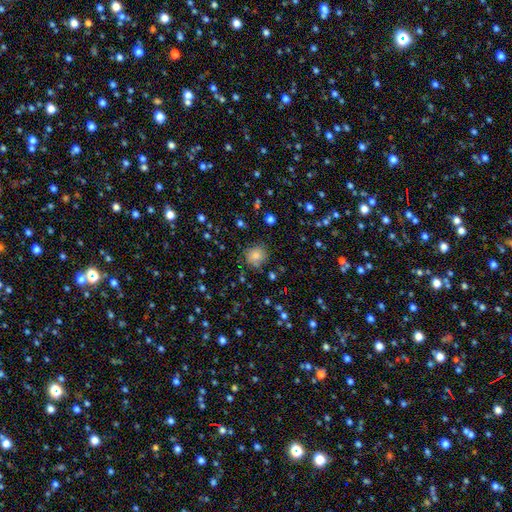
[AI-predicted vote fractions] Smooth or featured?
  - smooth: 76% *
  - star or artifact: 14%
  - featured or disk: 10%
How rounded?
  - round: 86% *
  - in between: 13%
  - cigar-shaped: 1%
Merging?
  - none: 78% *
  - minor disturbance: 15%
  - major disturbance: 5%
  - merger: 3%